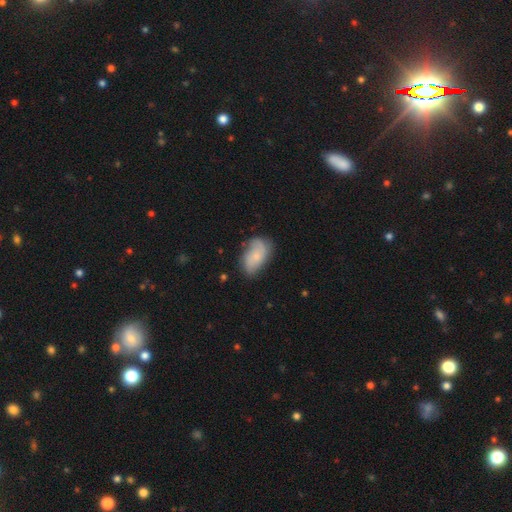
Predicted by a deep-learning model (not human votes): Morphology: type=smooth (52%); roundness=in between (91%); merging=none (61%).